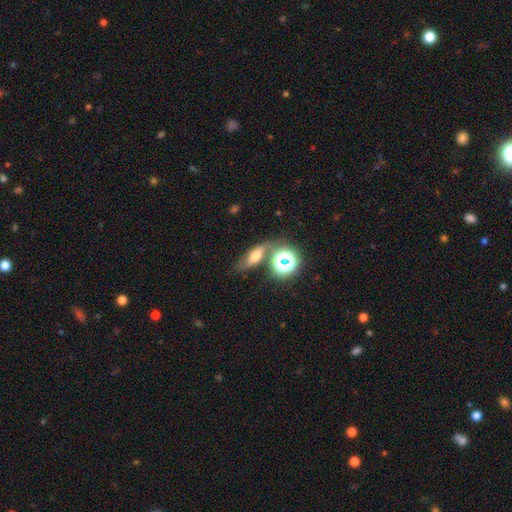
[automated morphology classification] This appears to be a smooth galaxy with no disk features (44%). Merging: none (55%).